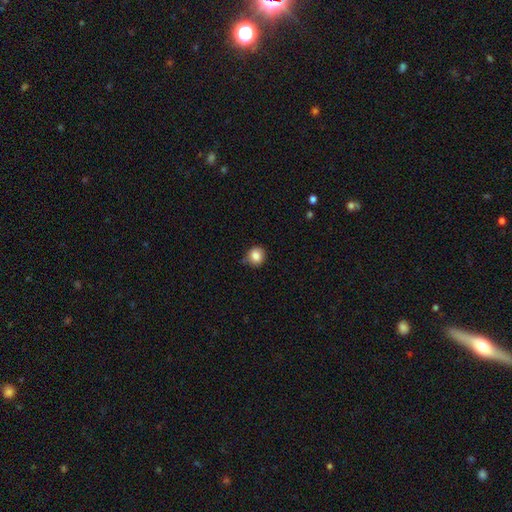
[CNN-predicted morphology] smooth-or-featured: smooth: 86% | star or artifact: 9% | featured or disk: 5%
  how-rounded: round: 82% | in between: 17% | cigar-shaped: 1%
  merging: none: 77% | minor disturbance: 18% | major disturbance: 3% | merger: 2%